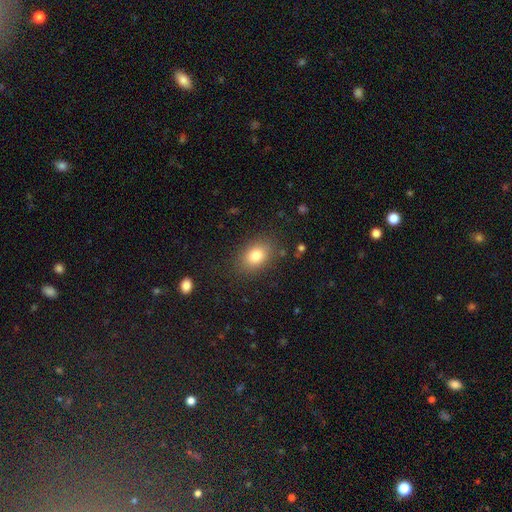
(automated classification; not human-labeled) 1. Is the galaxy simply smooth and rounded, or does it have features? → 82% smooth, 10% star or artifact, 9% featured or disk.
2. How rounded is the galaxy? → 76% in between, 23% round, 1% cigar-shaped.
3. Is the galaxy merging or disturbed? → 83% none, 12% minor disturbance, 4% major disturbance, 2% merger.